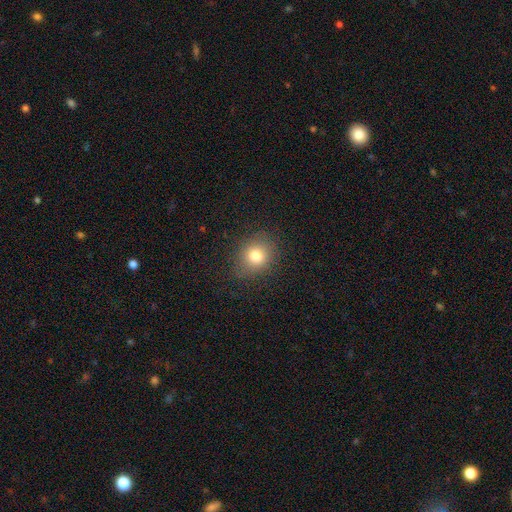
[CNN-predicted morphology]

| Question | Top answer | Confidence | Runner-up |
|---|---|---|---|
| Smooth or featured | smooth | 78% | star or artifact (13%) |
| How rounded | round | 65% | in between (34%) |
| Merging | none | 84% | minor disturbance (11%) |